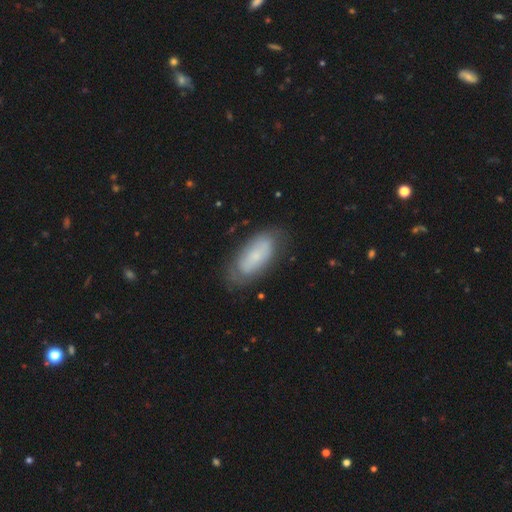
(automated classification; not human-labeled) The model was most divided on "smooth or featured": smooth: 56%, featured or disk: 36%, star or artifact: 8%. More confident: how rounded — in between (87%); merging — none (73%).